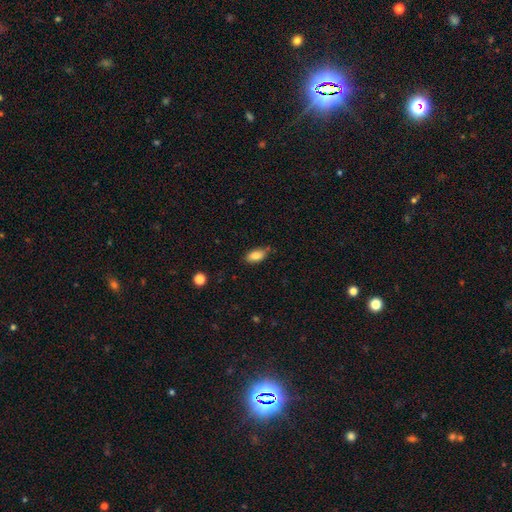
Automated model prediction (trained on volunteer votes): smooth_or_featured: smooth (p=0.83) [alt: featured or disk p=0.09]
how_rounded: in between (p=0.89) [alt: cigar-shaped p=0.07]
merging: none (p=0.69) [alt: minor disturbance p=0.24]